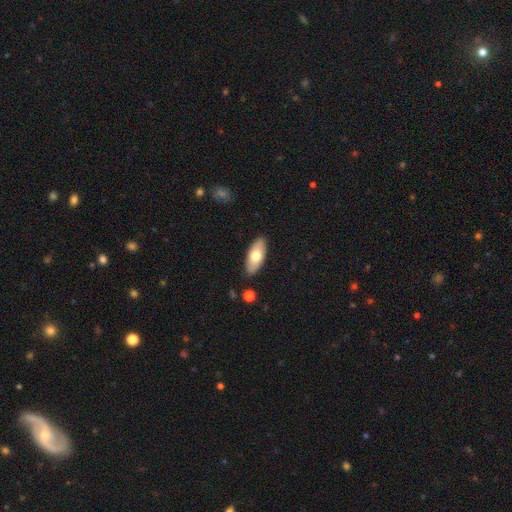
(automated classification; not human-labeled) Overall: smooth (70%). How rounded: in between (85%). Merging: none (88%).